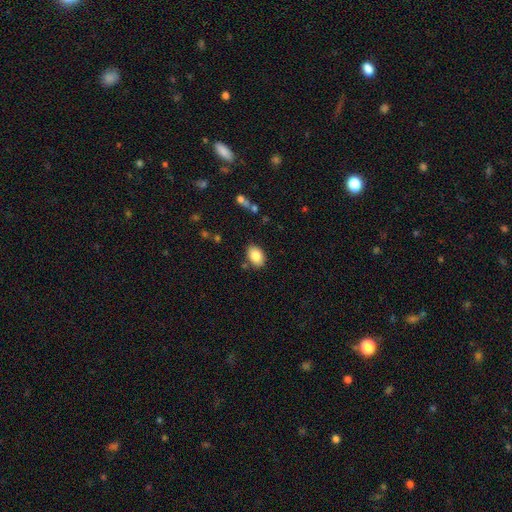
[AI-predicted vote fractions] Q: Smooth or featured?
A: smooth (85%); runner-up: star or artifact (8%)
Q: How rounded?
A: in between (84%); runner-up: round (15%)
Q: Merging?
A: none (82%); runner-up: minor disturbance (12%)